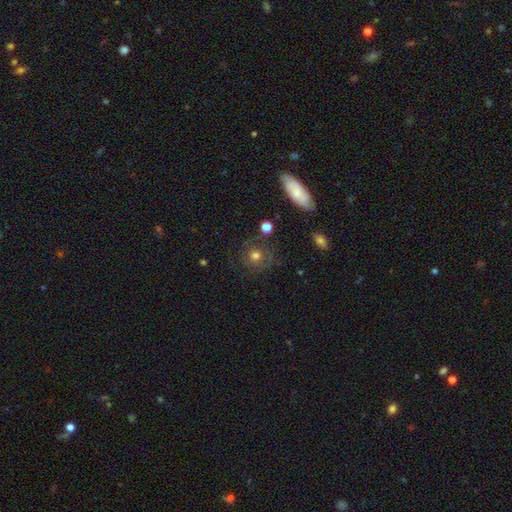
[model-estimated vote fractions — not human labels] Smooth or featured? Predicted: smooth (p=0.53). How rounded? Predicted: round (p=0.89). Merging? Predicted: none (p=0.75).